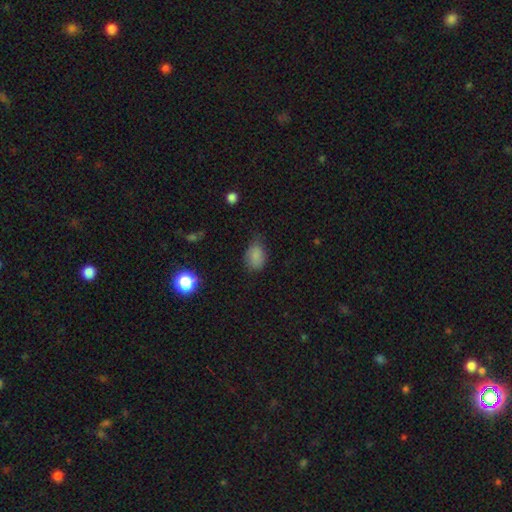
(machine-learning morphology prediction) Smooth or featured?
  - smooth: 82% *
  - star or artifact: 12%
  - featured or disk: 6%
How rounded?
  - in between: 79% *
  - round: 20%
  - cigar-shaped: 1%
Merging?
  - none: 60% *
  - minor disturbance: 31%
  - major disturbance: 7%
  - merger: 2%